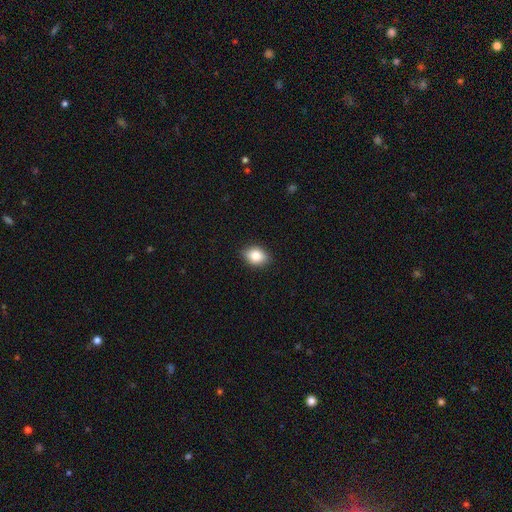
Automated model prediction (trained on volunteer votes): This is clearly a smooth galaxy (83%). How rounded: likely in between (71%). Merging: clearly none (87%).